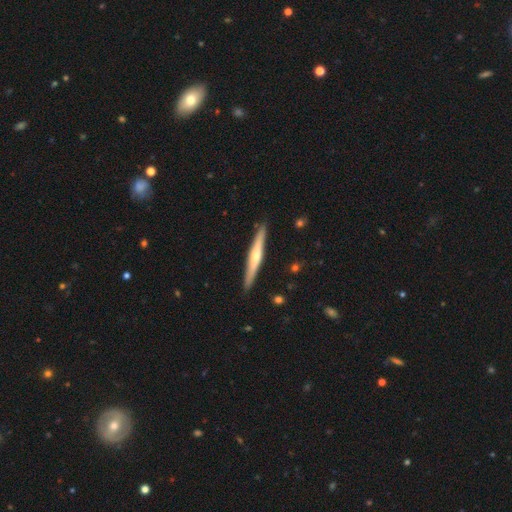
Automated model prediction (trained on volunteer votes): smooth-or-featured: featured or disk: 57% | smooth: 38% | star or artifact: 5%
  disk-edge-on: yes: 97% | no: 3%
    edge-on-bulge: rounded: 71% | none: 23% | boxy: 6%
  merging: none: 90% | minor disturbance: 7% | major disturbance: 1% | merger: 1%